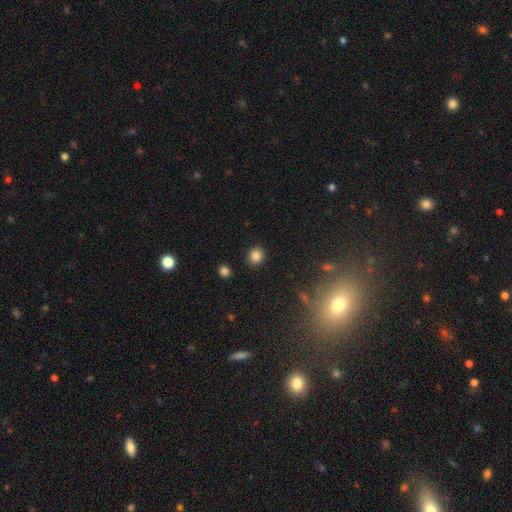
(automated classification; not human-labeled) Smooth or featured: smooth — 84% (star or artifact — 12%)
How rounded: round — 76% (in between — 23%)
Merging: none — 89% (minor disturbance — 7%)